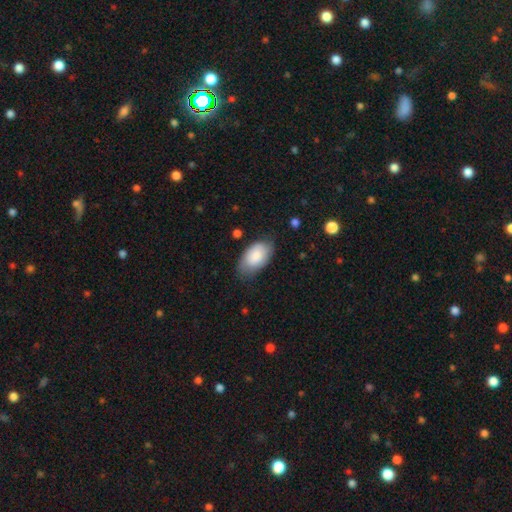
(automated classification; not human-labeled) Smooth or featured? smooth (84%)
How rounded? in between (94%)
Merging? none (66%)